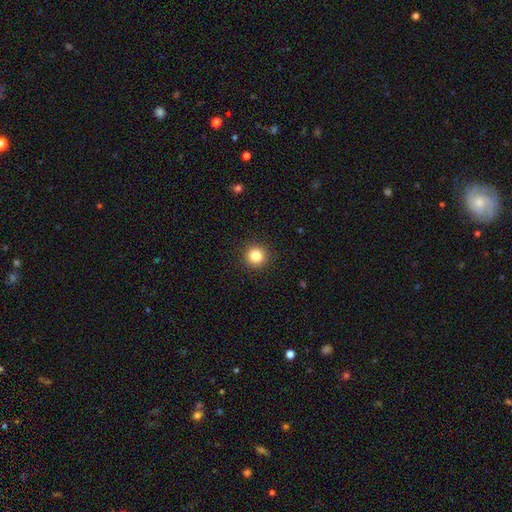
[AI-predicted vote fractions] Morphology: type=smooth (83%); roundness=round (95%); merging=none (92%).